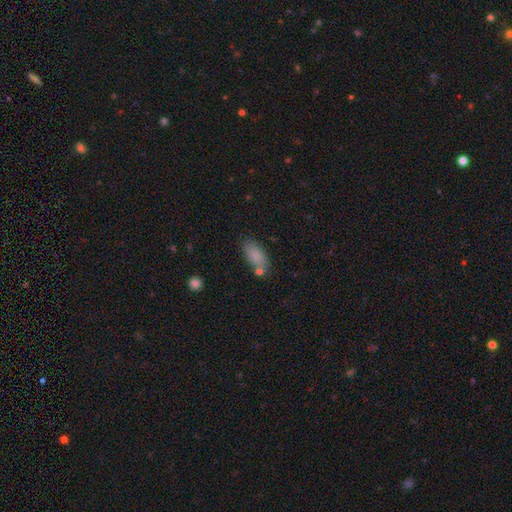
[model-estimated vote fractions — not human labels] smooth 85%, star or artifact 8%, featured or disk 7%. Down the decision tree: how rounded — in between (88%); merging — none (70%).